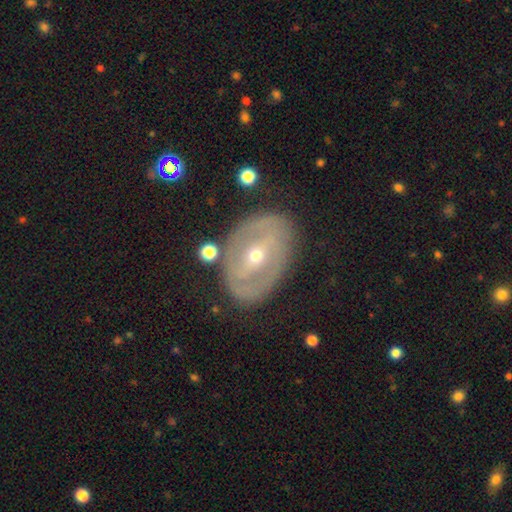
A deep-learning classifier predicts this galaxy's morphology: Smooth or featured? Predicted: featured or disk (p=0.77). Edge-on disk? Predicted: no (p=0.93). Bar? Predicted: strong (p=0.38). Spiral arms? Predicted: no (p=0.52). Bulge size? Predicted: small (p=0.60). Merging? Predicted: none (p=0.79).